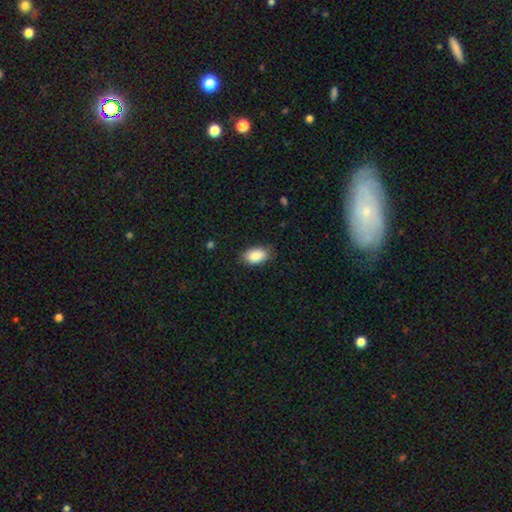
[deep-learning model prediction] This is clearly a smooth galaxy (89%). How rounded: clearly in between (92%). Merging: clearly none (82%).